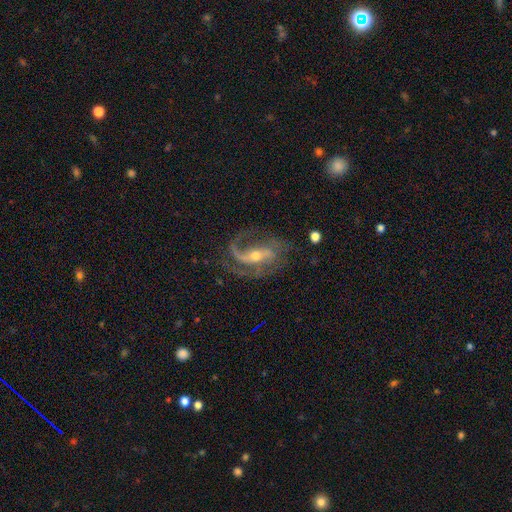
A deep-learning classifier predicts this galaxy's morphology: This is clearly a featured or disk galaxy (89%). It is clearly not viewed edge-on (96%). Bar: marginally weak (38%). Spiral arm pattern: clearly yes (96%). Spiral arm count: possibly 2 (60%). Spiral winding: possibly medium (45%). Central bulge: possibly moderate (49%). Merging: possibly none (57%).